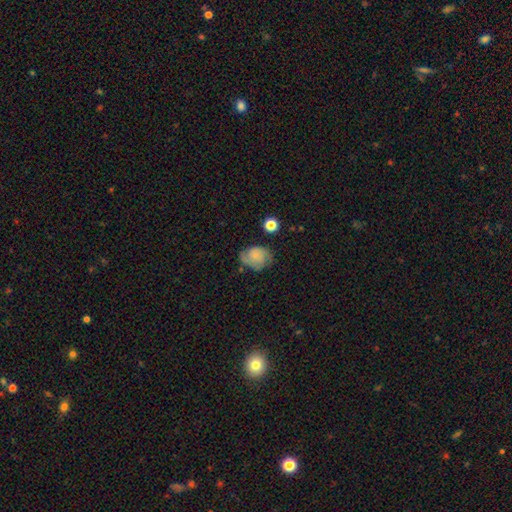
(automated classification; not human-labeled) Morphology: type=smooth (48%); merging=none (52%).